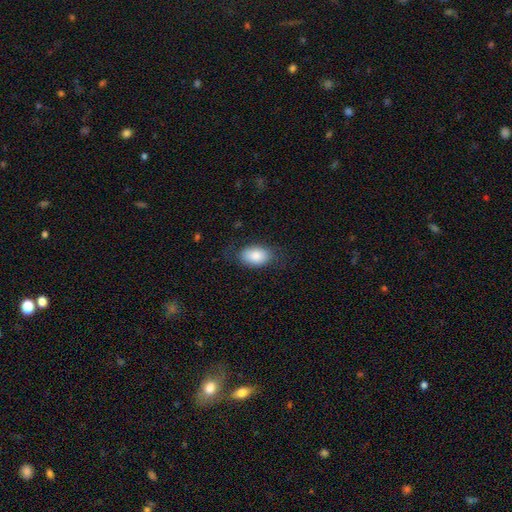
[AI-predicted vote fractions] Smooth or featured? Predicted: smooth (p=0.84). How rounded? Predicted: in between (p=0.90). Merging? Predicted: none (p=0.73).